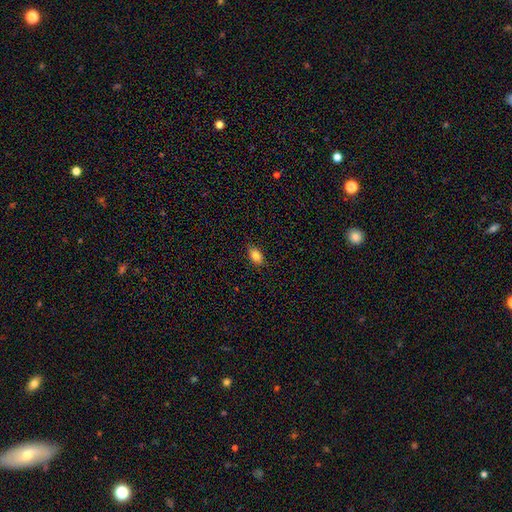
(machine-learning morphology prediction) This is clearly a smooth galaxy (85%). How rounded: clearly in between (88%). Merging: clearly none (85%).